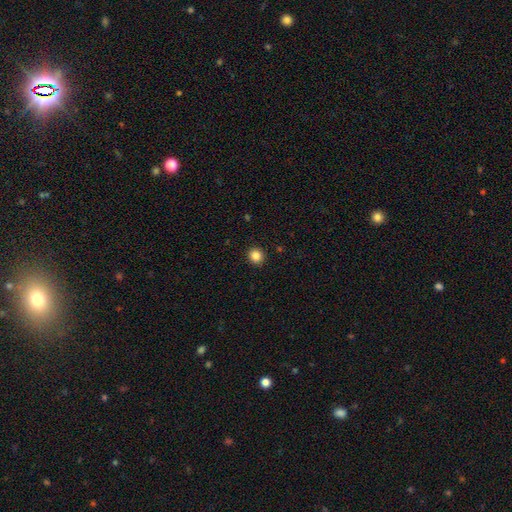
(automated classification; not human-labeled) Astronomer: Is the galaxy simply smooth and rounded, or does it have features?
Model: smooth — 85%.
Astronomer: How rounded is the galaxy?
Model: round — 90%.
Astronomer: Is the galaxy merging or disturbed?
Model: none — 93%.